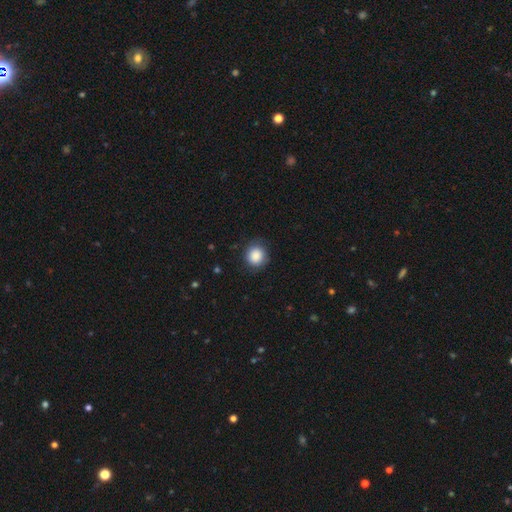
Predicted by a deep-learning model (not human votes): Smooth or featured? smooth (87%)
How rounded? round (89%)
Merging? none (81%)